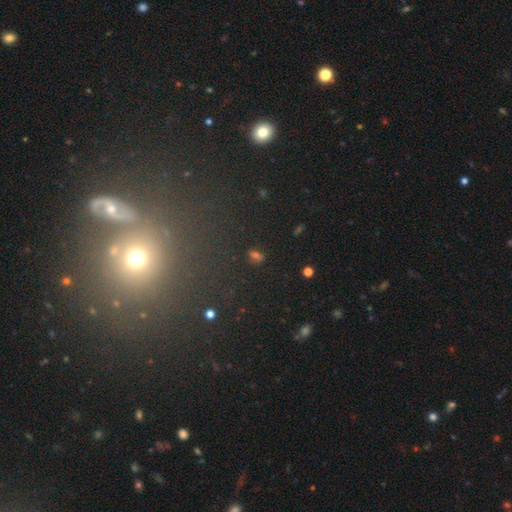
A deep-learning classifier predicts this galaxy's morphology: Smooth or featured? star or artifact (49%)